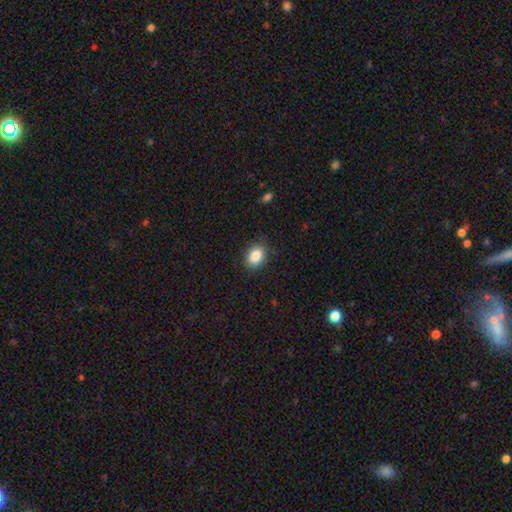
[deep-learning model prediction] This appears to be a smooth galaxy with no disk features (86%) that is in between round and cigar-shaped (70%). Merging: none (86%).